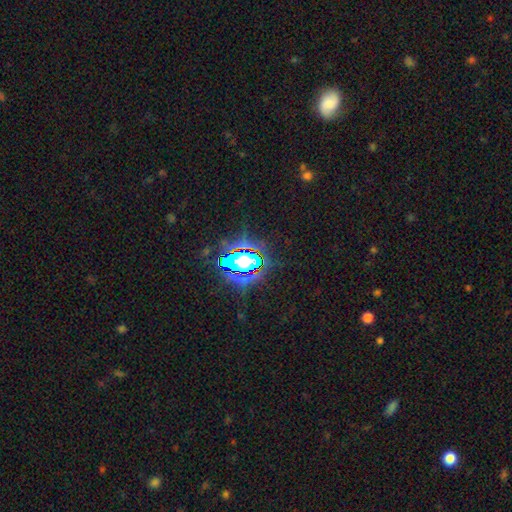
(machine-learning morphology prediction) Smooth or featured?
  - star or artifact: 82% *
  - smooth: 11%
  - featured or disk: 7%